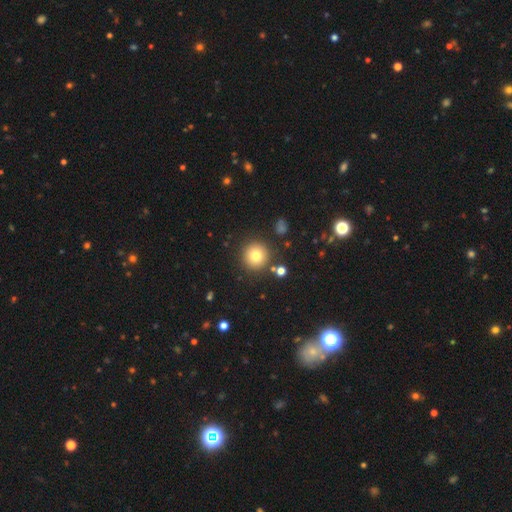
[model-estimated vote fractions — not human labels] This appears to be a smooth galaxy with no disk features (79%) that is round (94%). Merging: none (87%).